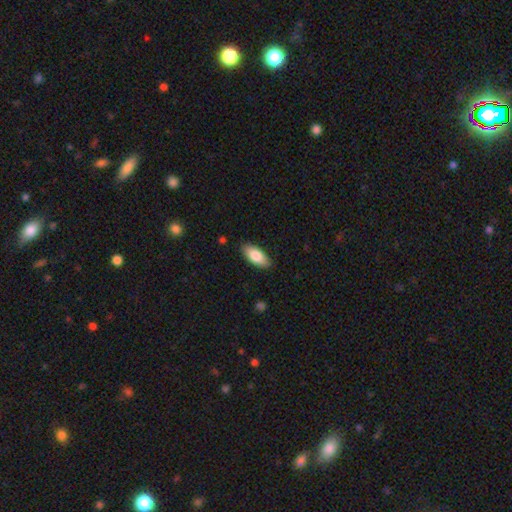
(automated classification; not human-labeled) smooth_or_featured: smooth (p=0.83) [alt: featured or disk p=0.11]
how_rounded: in between (p=0.88) [alt: cigar-shaped p=0.10]
merging: none (p=0.87) [alt: minor disturbance p=0.10]